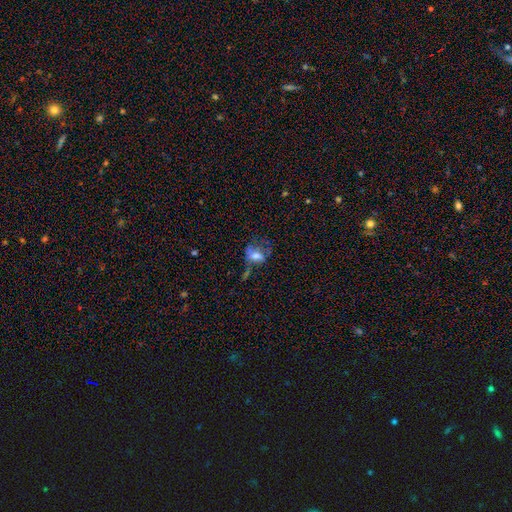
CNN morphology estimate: A smooth galaxy with no disk features (53%) that is in between round and cigar-shaped (73%).

Vote fractions:
- Smooth or featured? smooth: 53% / featured or disk: 34% / star or artifact: 13%
- How rounded? in between: 73% / round: 23% / cigar-shaped: 3%
- Merging? major disturbance: 38% / none: 30% / minor disturbance: 22% / merger: 9%